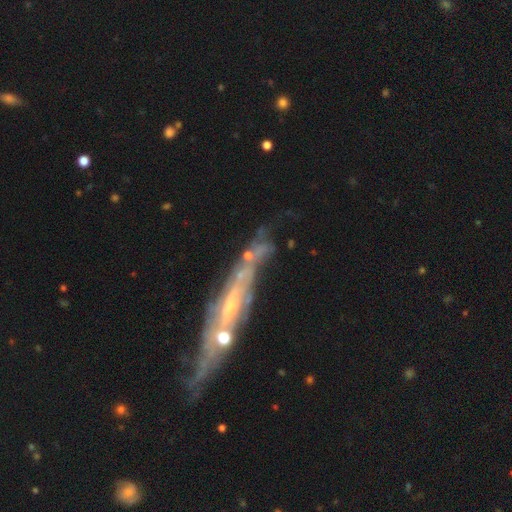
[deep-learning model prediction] Q: Smooth or featured?
A: featured or disk (78%); runner-up: smooth (12%)
Q: Edge-on disk?
A: yes (63%); runner-up: no (37%)
Q: Merging?
A: none (65%); runner-up: minor disturbance (18%)